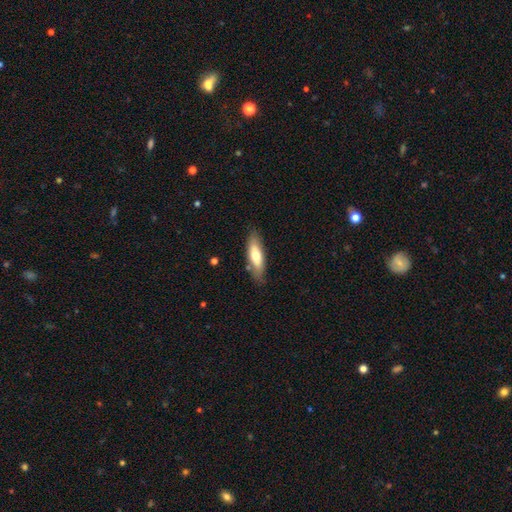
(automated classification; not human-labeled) Q: Smooth or featured?
A: smooth (62%); runner-up: featured or disk (33%)
Q: How rounded?
A: in between (54%); runner-up: cigar-shaped (44%)
Q: Merging?
A: none (80%); runner-up: minor disturbance (14%)